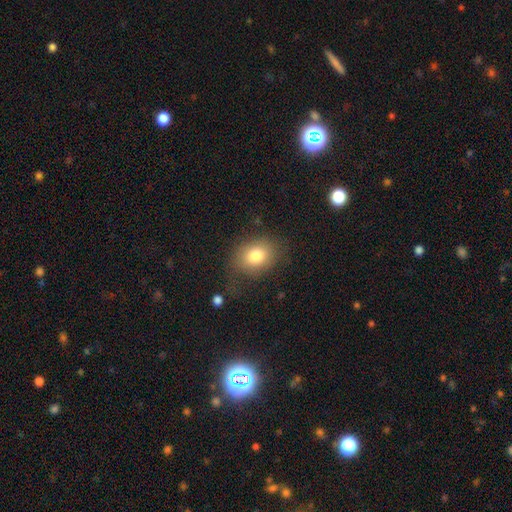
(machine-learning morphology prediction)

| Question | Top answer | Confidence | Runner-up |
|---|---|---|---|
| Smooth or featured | smooth | 78% | featured or disk (12%) |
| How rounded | in between | 58% | round (42%) |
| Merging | none | 63% | minor disturbance (21%) |